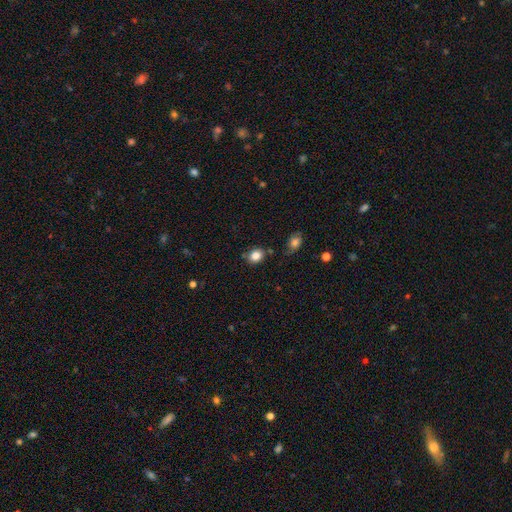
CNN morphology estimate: Smooth or featured: smooth — 84% (star or artifact — 10%)
How rounded: round — 57% (in between — 42%)
Merging: none — 75% (minor disturbance — 15%)